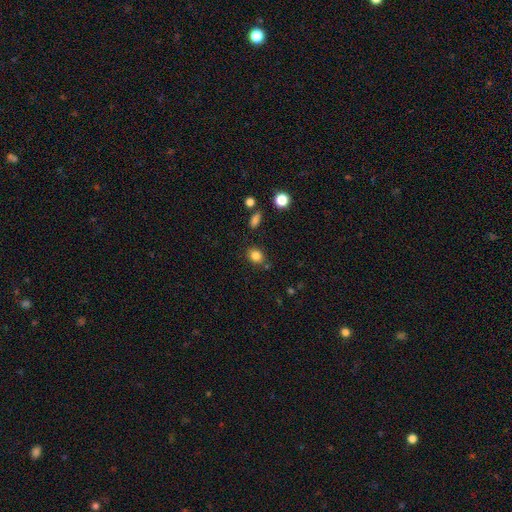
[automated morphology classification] Smooth or featured? Predicted: smooth (p=0.83). How rounded? Predicted: round (p=0.51). Merging? Predicted: none (p=0.79).